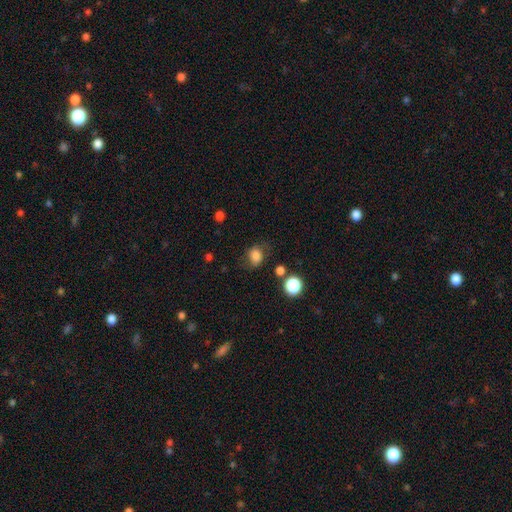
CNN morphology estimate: Smooth or featured? Predicted: smooth (p=0.79). How rounded? Predicted: round (p=0.55). Merging? Predicted: none (p=0.64).